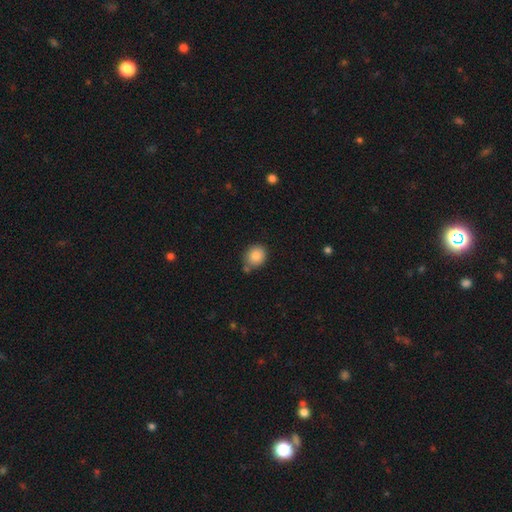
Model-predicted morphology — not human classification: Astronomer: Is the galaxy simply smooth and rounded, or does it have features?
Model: smooth — 87%.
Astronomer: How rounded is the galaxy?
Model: round — 68%.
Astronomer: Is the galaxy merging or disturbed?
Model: none — 65%.